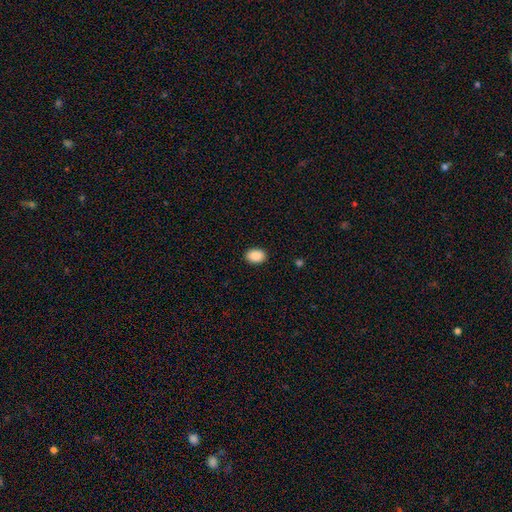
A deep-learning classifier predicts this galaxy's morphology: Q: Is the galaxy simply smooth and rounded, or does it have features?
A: smooth — 90%.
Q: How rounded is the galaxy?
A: in between — 79%.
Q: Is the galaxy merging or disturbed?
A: none — 90%.